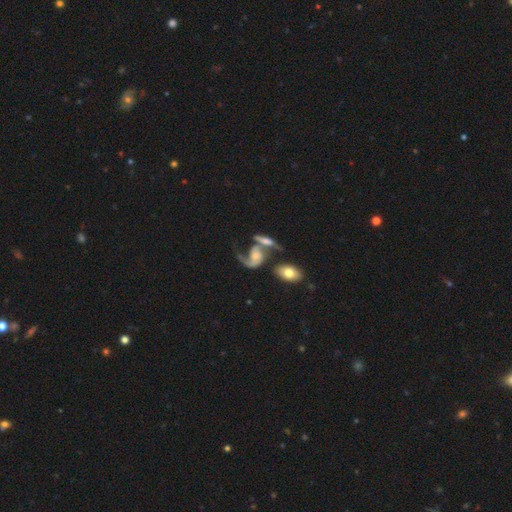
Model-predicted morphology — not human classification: Q: Smooth or featured?
A: featured or disk (74%); runner-up: smooth (19%)
Q: Edge-on disk?
A: no (95%); runner-up: yes (5%)
Q: Bar?
A: no (59%); runner-up: weak (30%)
Q: Spiral arms?
A: yes (90%); runner-up: no (10%)
Q: Spiral winding?
A: loose (63%); runner-up: medium (28%)
Q: Spiral arm count?
A: 2 (53%); runner-up: 1 (41%)
Q: Bulge size?
A: small (38%); runner-up: moderate (36%)
Q: Merging?
A: merger (39%); runner-up: major disturbance (25%)